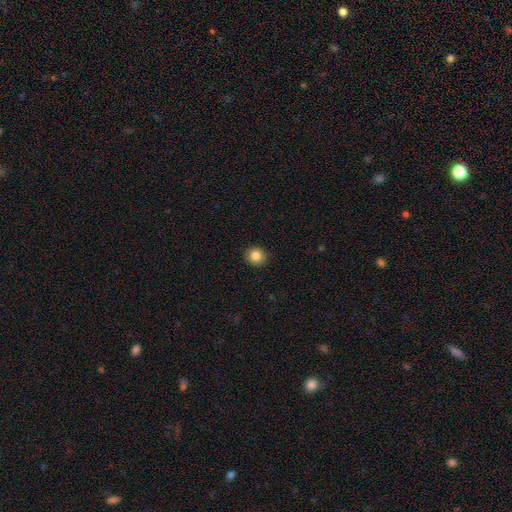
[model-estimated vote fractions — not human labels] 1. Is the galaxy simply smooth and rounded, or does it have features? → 84% smooth, 9% star or artifact, 7% featured or disk.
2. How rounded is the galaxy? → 84% round, 15% in between, 1% cigar-shaped.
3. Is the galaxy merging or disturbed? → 91% none, 6% minor disturbance, 2% major disturbance, 1% merger.